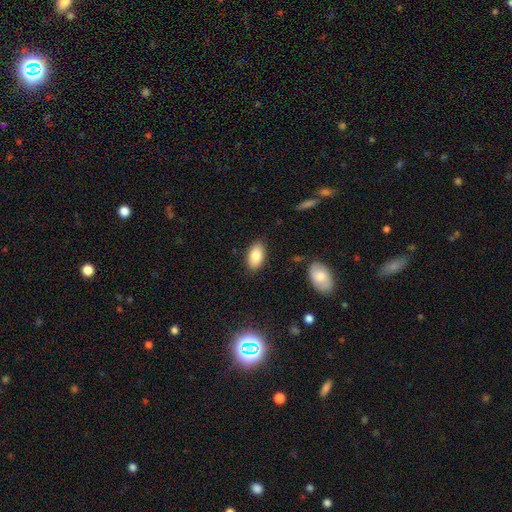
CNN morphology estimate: This appears to be a smooth galaxy with no disk features (83%) that is in between round and cigar-shaped (93%). Merging: none (86%).